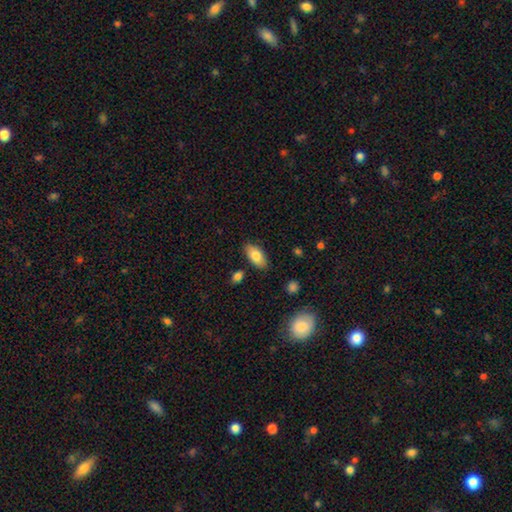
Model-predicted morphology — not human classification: This appears to be a smooth galaxy with no disk features (81%) that is in between round and cigar-shaped (92%). Merging: none (84%).